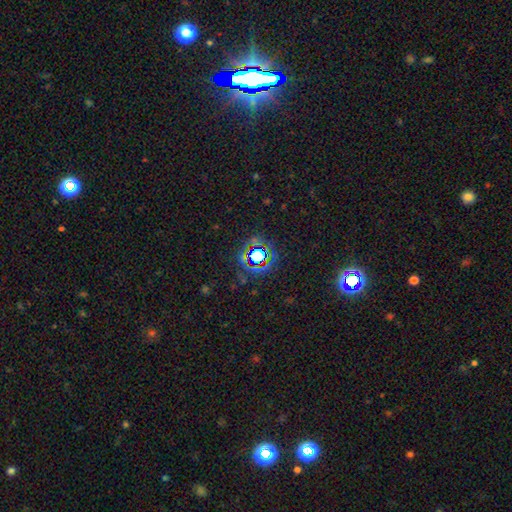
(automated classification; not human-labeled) Smooth or featured: star or artifact — 66% (smooth — 22%)